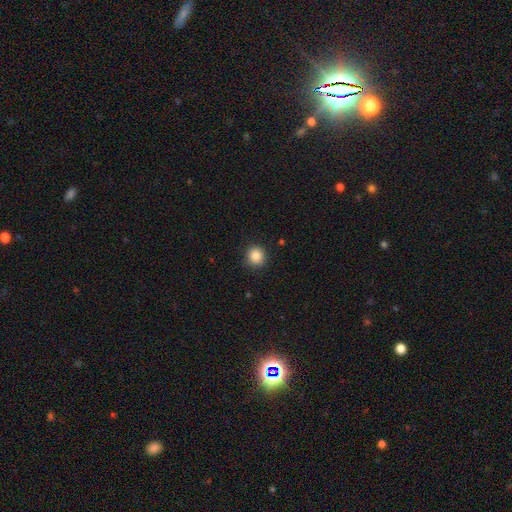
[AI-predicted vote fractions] smooth 86%, star or artifact 10%, featured or disk 4%. Down the decision tree: how rounded — round (91%); merging — none (89%).